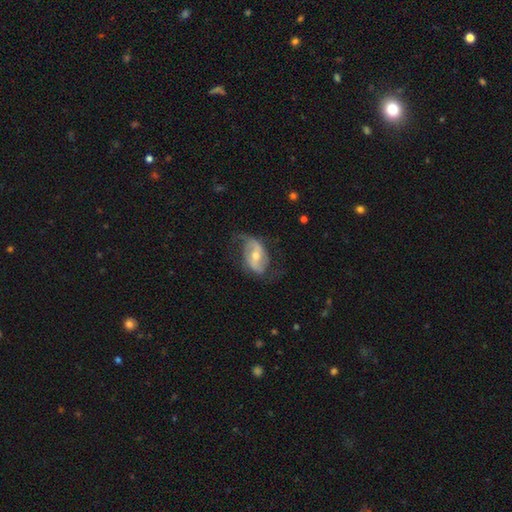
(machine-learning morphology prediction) Smooth or featured: featured or disk — 77% (smooth — 18%)
Edge-on disk: no — 96% (yes — 4%)
Bar: weak — 41% (strong — 33%)
Spiral arms: yes — 88% (no — 12%)
Spiral winding: loose — 56% (medium — 32%)
Spiral arm count: 2 — 85% (can't tell — 6%)
Bulge size: moderate — 60% (small — 35%)
Merging: none — 59% (minor disturbance — 23%)